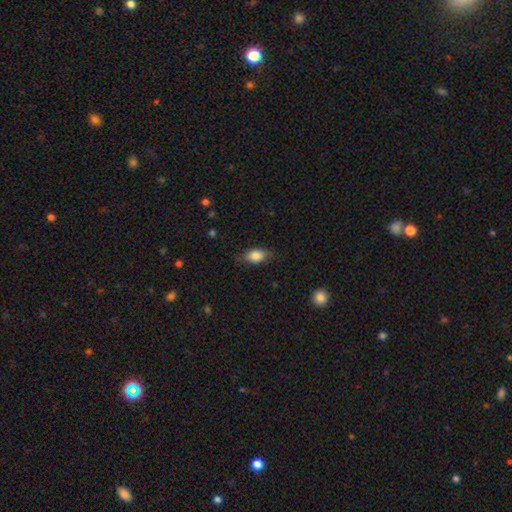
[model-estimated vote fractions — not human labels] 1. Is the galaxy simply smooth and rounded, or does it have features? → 84% smooth, 9% featured or disk, 7% star or artifact.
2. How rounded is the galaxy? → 87% in between, 9% round, 4% cigar-shaped.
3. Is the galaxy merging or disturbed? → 76% none, 18% minor disturbance, 4% major disturbance, 1% merger.